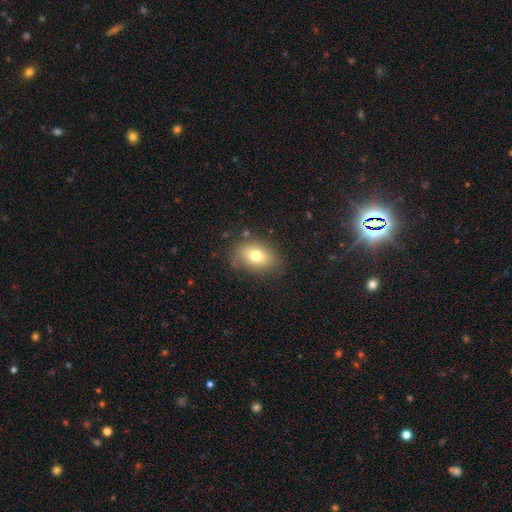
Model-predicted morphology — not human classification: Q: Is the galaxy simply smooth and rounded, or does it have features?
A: smooth — 74%.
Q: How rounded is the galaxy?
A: in between — 79%.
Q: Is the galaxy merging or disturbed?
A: none — 75%.